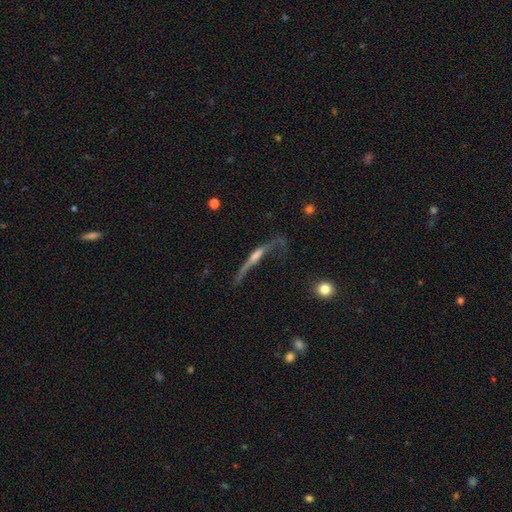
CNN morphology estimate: This is likely a featured or disk galaxy (68%). It is likely viewed edge-on (77%). Edge-on bulge: possibly rounded (52%). Merging: marginally major disturbance (40%).